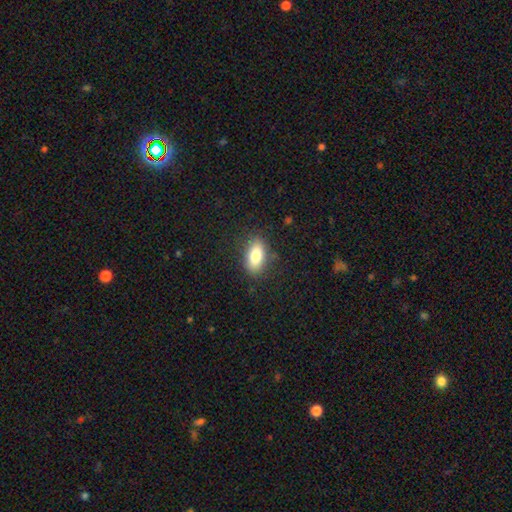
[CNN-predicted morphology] Smooth or featured? smooth (79%)
How rounded? in between (87%)
Merging? none (84%)